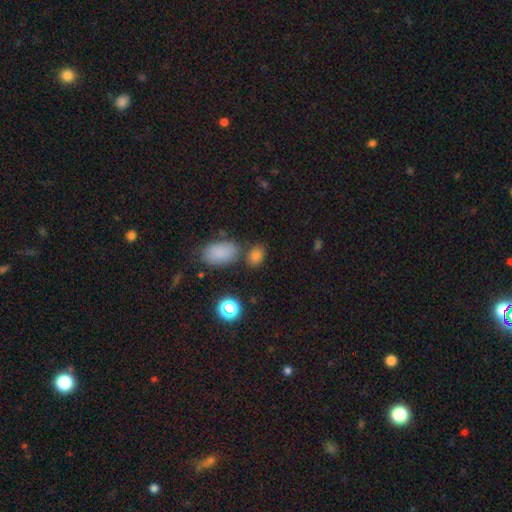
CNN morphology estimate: A smooth galaxy with no disk features (77%) that is in between round and cigar-shaped (75%).

Vote fractions:
- Smooth or featured? smooth: 77% / star or artifact: 16% / featured or disk: 7%
- How rounded? in between: 75% / round: 24% / cigar-shaped: 2%
- Merging? none: 68% / merger: 15% / minor disturbance: 13% / major disturbance: 4%